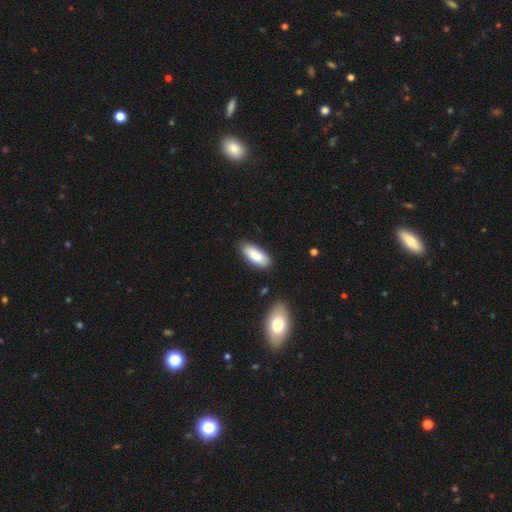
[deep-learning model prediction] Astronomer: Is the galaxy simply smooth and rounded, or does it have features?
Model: smooth — 85%.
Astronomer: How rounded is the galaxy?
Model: in between — 81%.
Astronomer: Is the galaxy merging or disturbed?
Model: none — 81%.